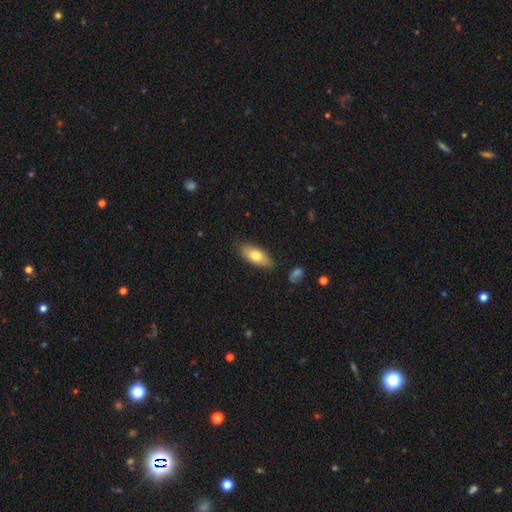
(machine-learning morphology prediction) smooth_or_featured: smooth (p=0.71) [alt: featured or disk p=0.23]
how_rounded: in between (p=0.81) [alt: cigar-shaped p=0.16]
merging: none (p=0.82) [alt: minor disturbance p=0.13]